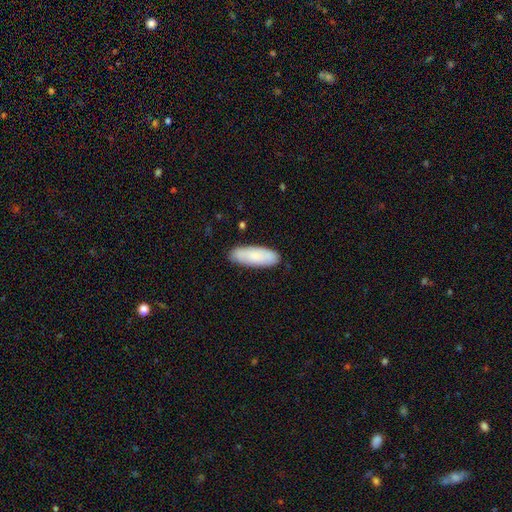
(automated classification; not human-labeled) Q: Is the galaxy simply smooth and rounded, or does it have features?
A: smooth — 81%.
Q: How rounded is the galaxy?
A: in between — 66%.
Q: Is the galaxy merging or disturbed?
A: none — 84%.